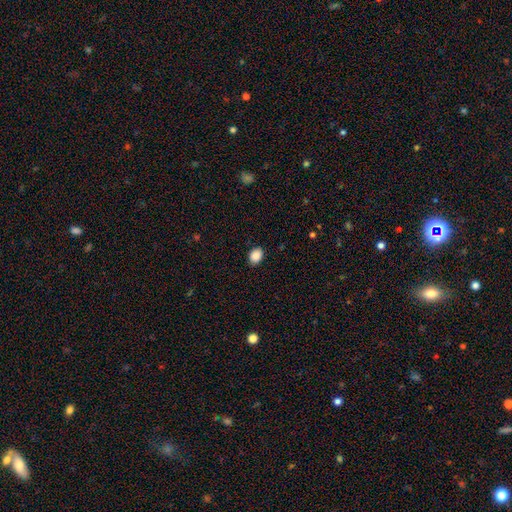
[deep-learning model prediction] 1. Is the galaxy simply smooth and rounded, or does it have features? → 89% smooth, 8% star or artifact, 3% featured or disk.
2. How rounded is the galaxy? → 70% in between, 29% round, 1% cigar-shaped.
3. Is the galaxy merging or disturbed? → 88% none, 9% minor disturbance, 2% major disturbance, 1% merger.